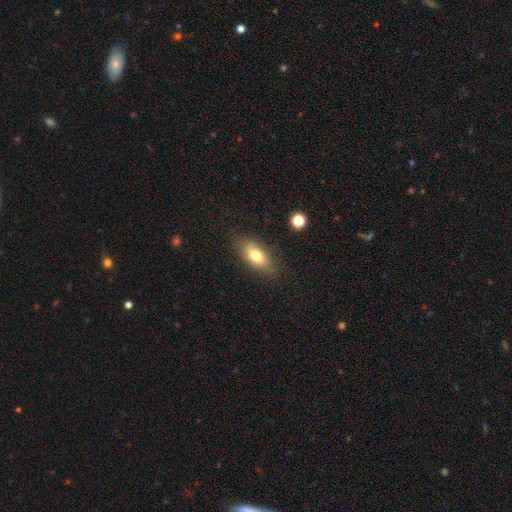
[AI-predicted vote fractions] smooth-or-featured: smooth: 74% | featured or disk: 17% | star or artifact: 9%
  how-rounded: in between: 85% | round: 8% | cigar-shaped: 7%
  merging: none: 75% | minor disturbance: 18% | major disturbance: 5% | merger: 2%